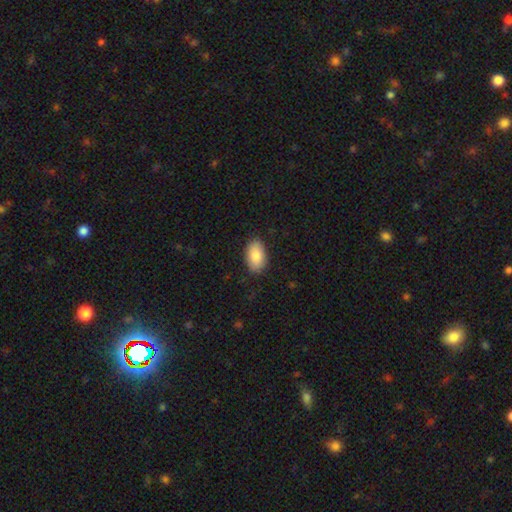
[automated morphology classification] Smooth or featured? smooth (86%)
How rounded? in between (94%)
Merging? none (86%)